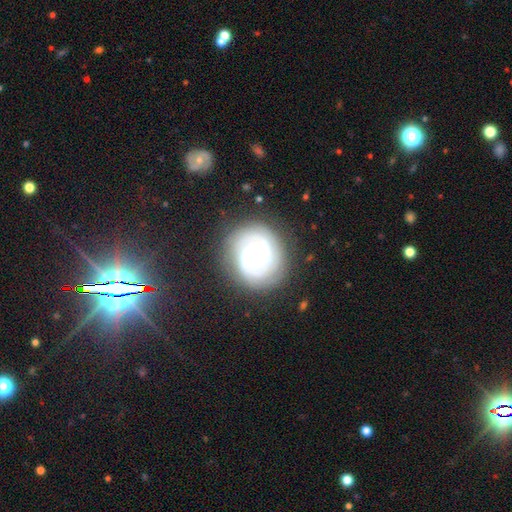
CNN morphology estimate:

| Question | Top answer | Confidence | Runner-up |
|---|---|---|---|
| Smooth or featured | featured or disk | 76% | smooth (17%) |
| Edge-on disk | no | 98% | yes (2%) |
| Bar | weak | 42% | no (32%) |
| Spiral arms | yes | 90% | no (10%) |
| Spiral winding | tight | 54% | medium (34%) |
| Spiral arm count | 2 | 61% | can't tell (17%) |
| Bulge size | large | 41% | moderate (37%) |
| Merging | none | 76% | minor disturbance (14%) |